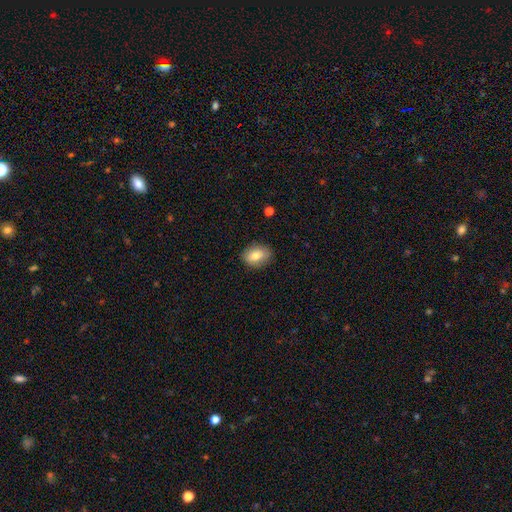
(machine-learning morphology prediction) A smooth galaxy with no disk features (76%) that is in between round and cigar-shaped (69%). Merging: none (86%).